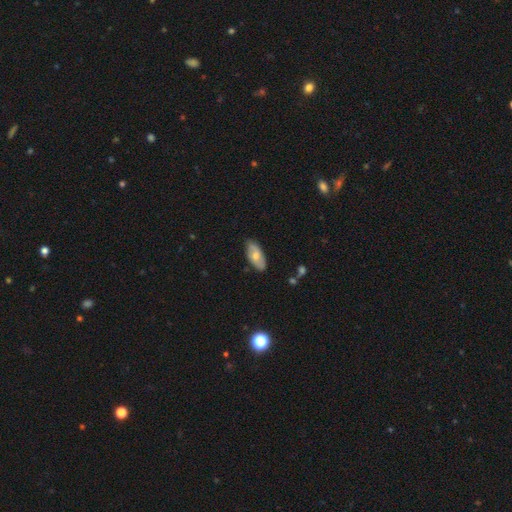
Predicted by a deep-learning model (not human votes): This is possibly a smooth galaxy (57%). How rounded: clearly in between (89%). Merging: clearly none (81%).